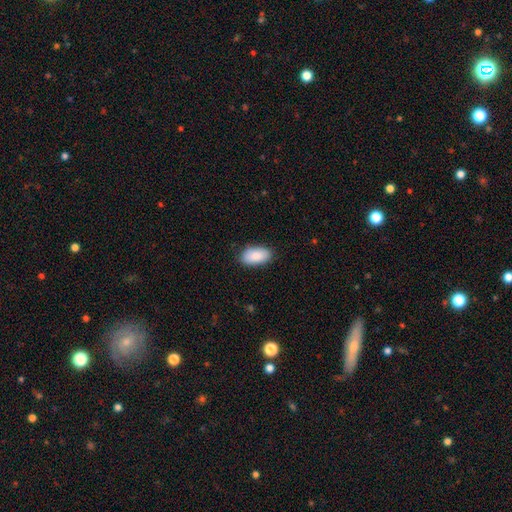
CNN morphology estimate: smooth 88%, star or artifact 6%, featured or disk 6%. Down the decision tree: how rounded — in between (95%); merging — none (86%).